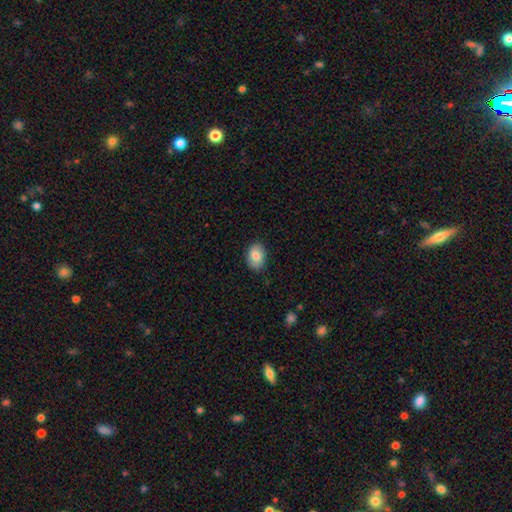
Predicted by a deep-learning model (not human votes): This is likely a smooth galaxy (78%). How rounded: likely in between (75%). Merging: clearly none (85%).